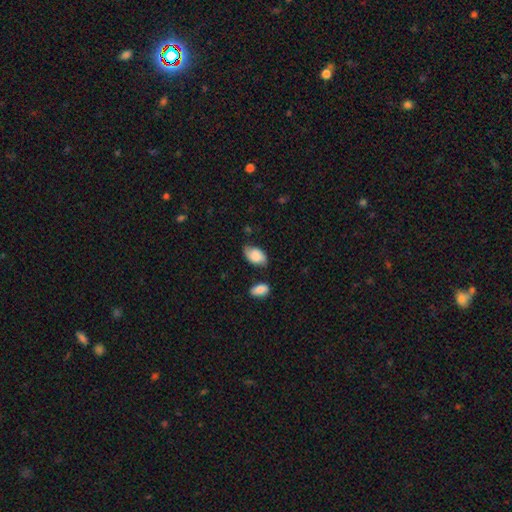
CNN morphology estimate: A smooth galaxy with no disk features (72%) that is in between round and cigar-shaped (92%). Merging: none (59%).